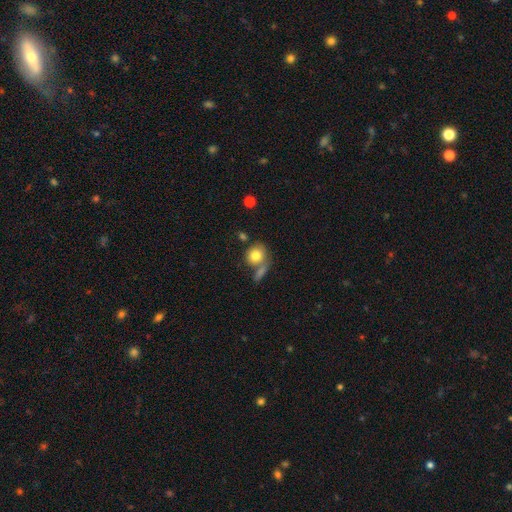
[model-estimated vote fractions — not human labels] Overall: smooth (79%). How rounded: round (76%). Merging: none (52%; merger 28%).